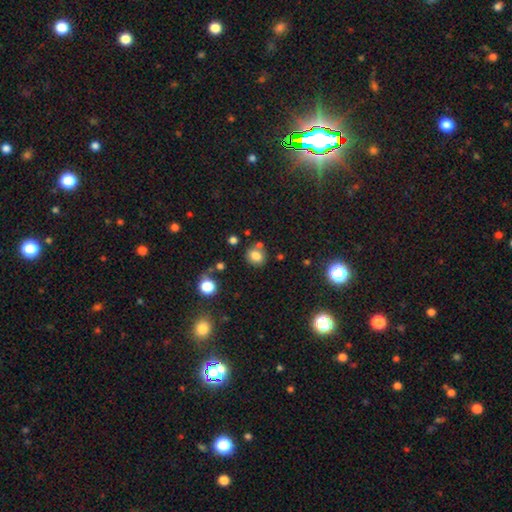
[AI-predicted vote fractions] This is likely a smooth galaxy (79%). How rounded: likely round (70%). Merging: likely none (72%).